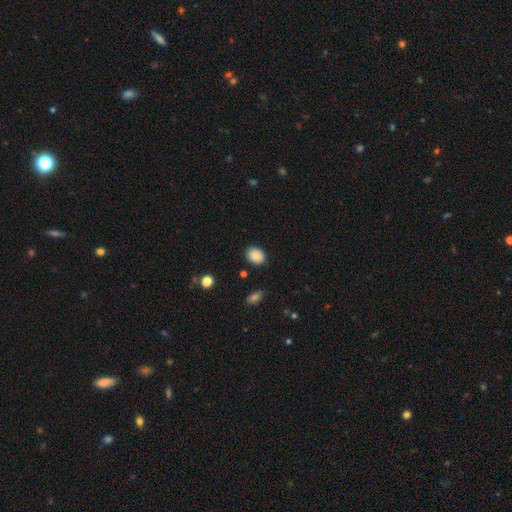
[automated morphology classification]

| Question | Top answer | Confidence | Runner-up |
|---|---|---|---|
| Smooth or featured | smooth | 88% | star or artifact (8%) |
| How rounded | in between | 62% | round (37%) |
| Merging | none | 85% | minor disturbance (11%) |